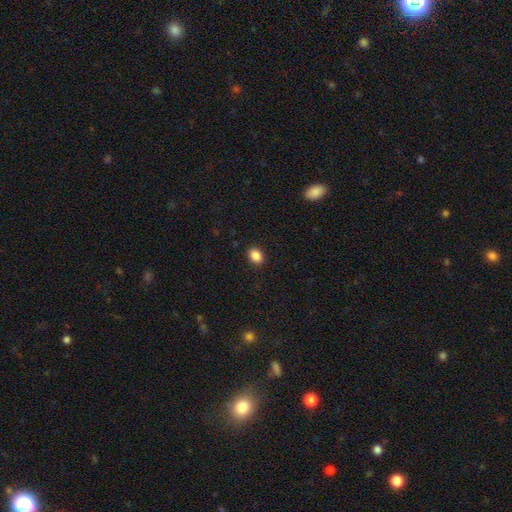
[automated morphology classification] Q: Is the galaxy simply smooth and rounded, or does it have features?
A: smooth — 88%.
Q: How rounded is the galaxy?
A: in between — 61%.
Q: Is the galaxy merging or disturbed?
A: none — 89%.